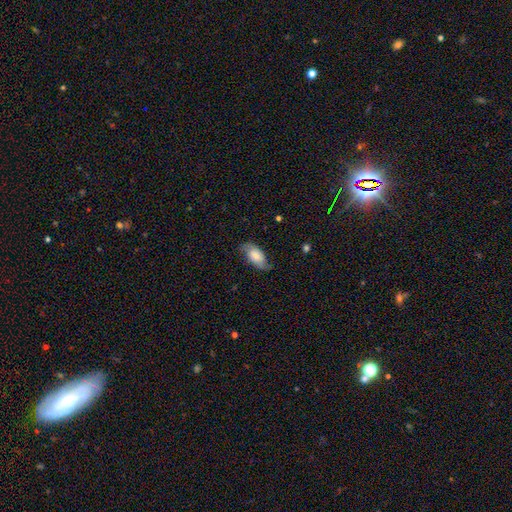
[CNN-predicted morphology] smooth_or_featured: smooth (p=0.54) [alt: featured or disk p=0.39]
how_rounded: in between (p=0.91) [alt: cigar-shaped p=0.05]
merging: none (p=0.68) [alt: minor disturbance p=0.23]